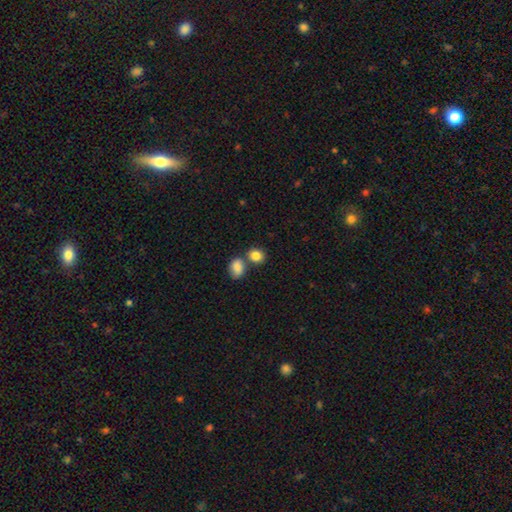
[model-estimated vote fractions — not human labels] The model was most divided on "how rounded": round: 60%, in between: 39%, cigar-shaped: 1%. More confident: smooth or featured — smooth (85%); merging — none (57%).